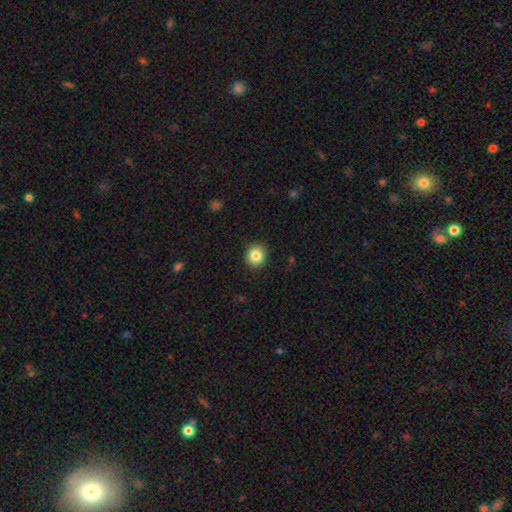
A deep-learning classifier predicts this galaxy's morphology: Smooth or featured?
  - smooth: 84% *
  - star or artifact: 10%
  - featured or disk: 6%
How rounded?
  - round: 89% *
  - in between: 10%
  - cigar-shaped: 1%
Merging?
  - none: 90% *
  - minor disturbance: 7%
  - major disturbance: 2%
  - merger: 1%